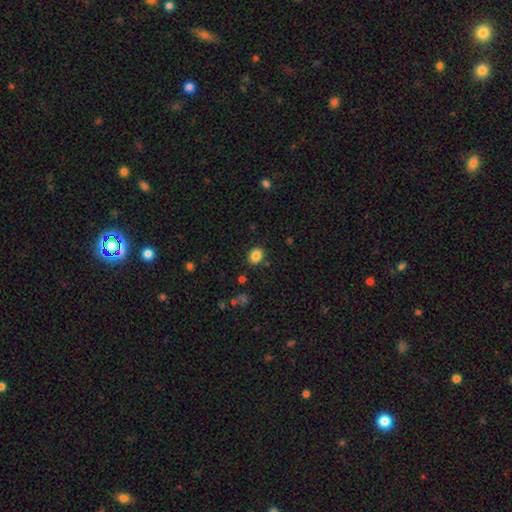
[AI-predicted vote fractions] Overall: smooth (85%). How rounded: round (61%; in between 38%). Merging: none (86%).